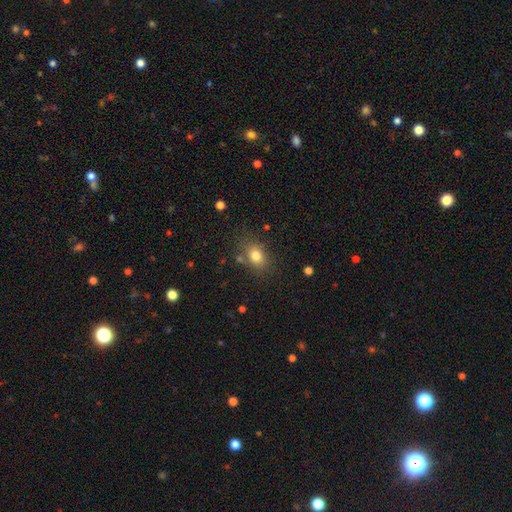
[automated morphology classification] smooth_or_featured: smooth (p=0.80) [alt: star or artifact p=0.11]
how_rounded: in between (p=0.67) [alt: round p=0.31]
merging: none (p=0.76) [alt: minor disturbance p=0.15]